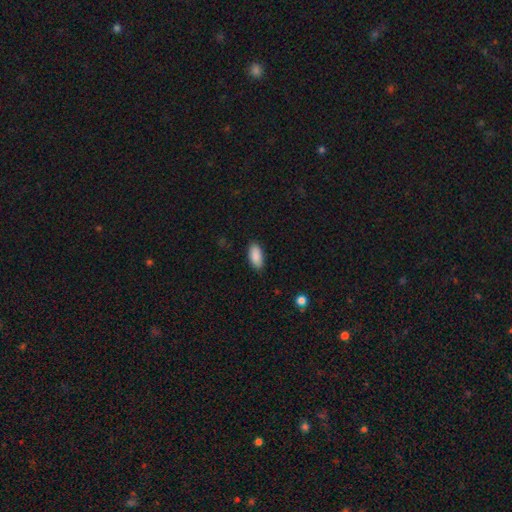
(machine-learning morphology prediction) Smooth or featured?
  - smooth: 90% *
  - star or artifact: 7%
  - featured or disk: 4%
How rounded?
  - in between: 90% *
  - cigar-shaped: 8%
  - round: 2%
Merging?
  - none: 86% *
  - minor disturbance: 10%
  - major disturbance: 2%
  - merger: 1%